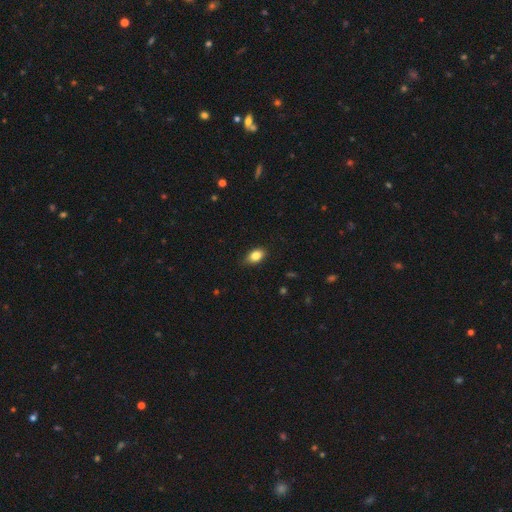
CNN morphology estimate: Smooth or featured: smooth — 85% (star or artifact — 8%)
How rounded: in between — 85% (round — 14%)
Merging: none — 84% (minor disturbance — 13%)